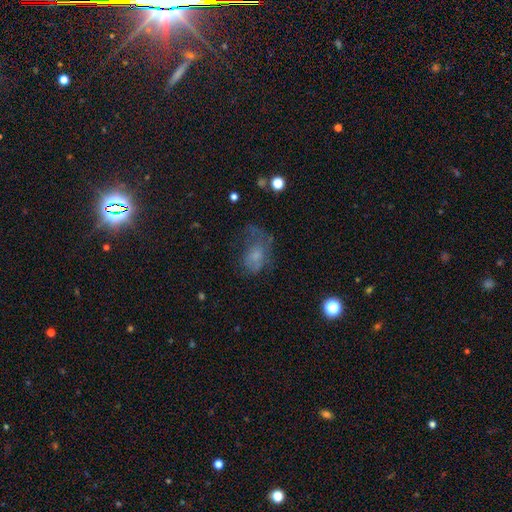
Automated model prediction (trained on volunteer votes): This appears to be a smooth galaxy with no disk features (49%). Merging: major disturbance (44%).